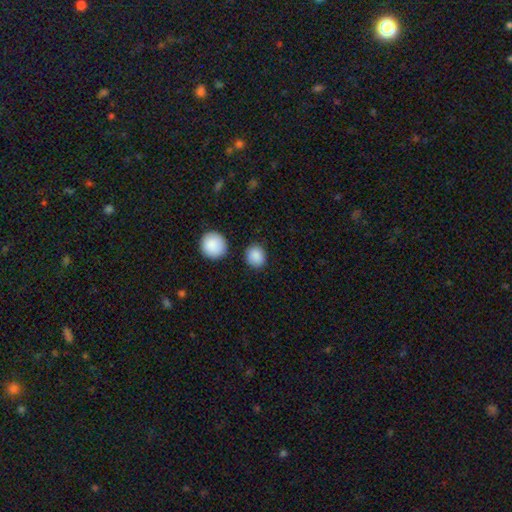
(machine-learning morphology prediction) Overall: smooth (88%). How rounded: round (75%). Merging: none (82%).